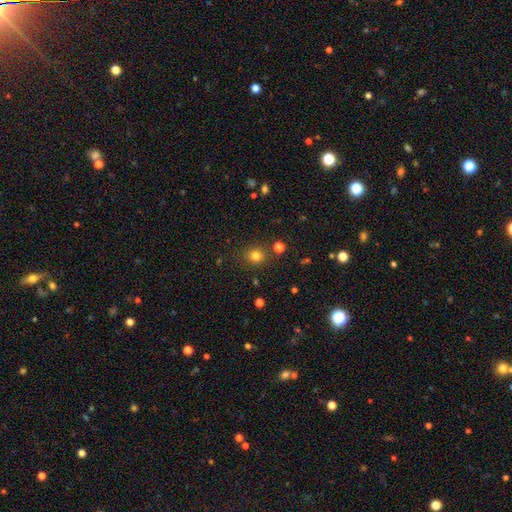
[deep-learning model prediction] A smooth galaxy with no disk features (79%) that is round (82%). Merging: none (85%).